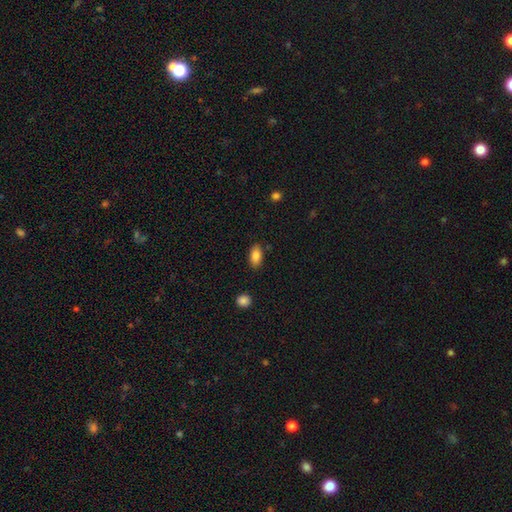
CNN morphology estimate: smooth 86%, star or artifact 8%, featured or disk 7%. Down the decision tree: how rounded — in between (91%); merging — none (85%).